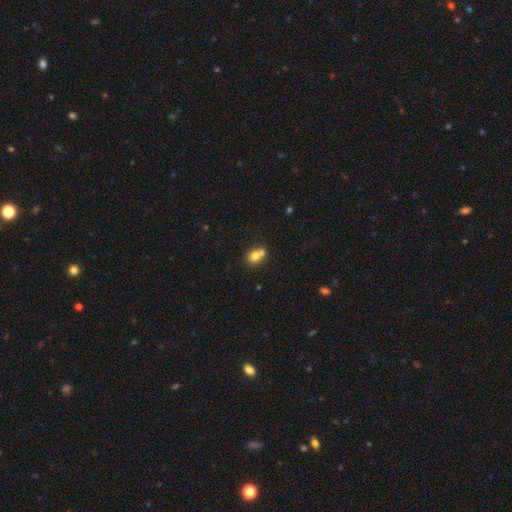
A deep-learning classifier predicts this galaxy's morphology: Q: Smooth or featured?
A: smooth (75%); runner-up: featured or disk (15%)
Q: How rounded?
A: round (66%); runner-up: in between (33%)
Q: Merging?
A: merger (50%); runner-up: none (37%)